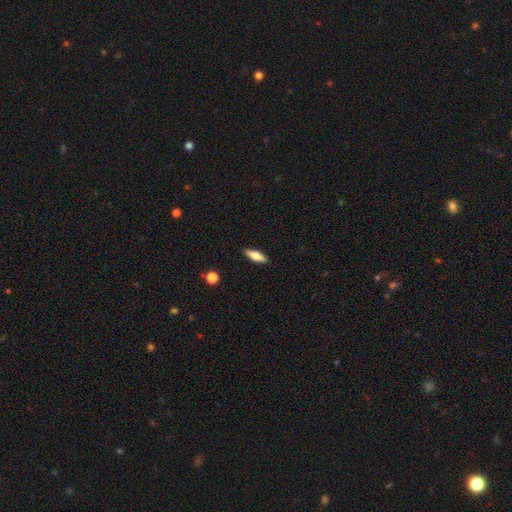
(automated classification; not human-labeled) Smooth or featured? smooth (63%)
How rounded? in between (58%)
Merging? none (89%)